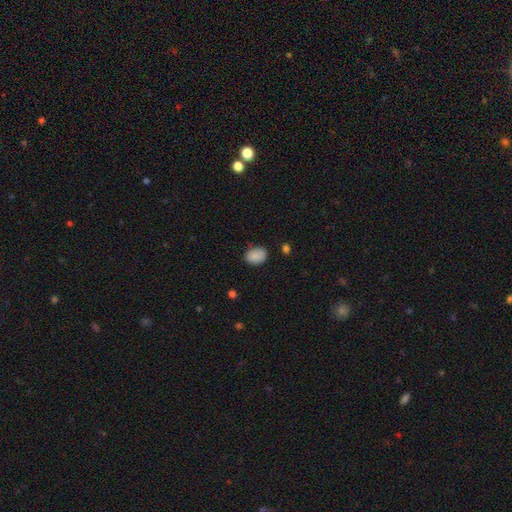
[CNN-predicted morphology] Smooth or featured? smooth (88%)
How rounded? in between (76%)
Merging? none (78%)